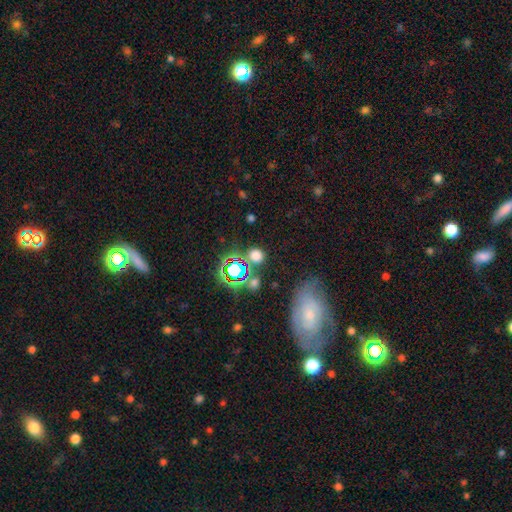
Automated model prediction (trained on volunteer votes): A smooth galaxy with no disk features (62%) that is round (80%).

Vote fractions:
- Smooth or featured? smooth: 62% / star or artifact: 30% / featured or disk: 8%
- How rounded? round: 80% / in between: 18% / cigar-shaped: 2%
- Merging? none: 77% / minor disturbance: 10% / merger: 8% / major disturbance: 5%